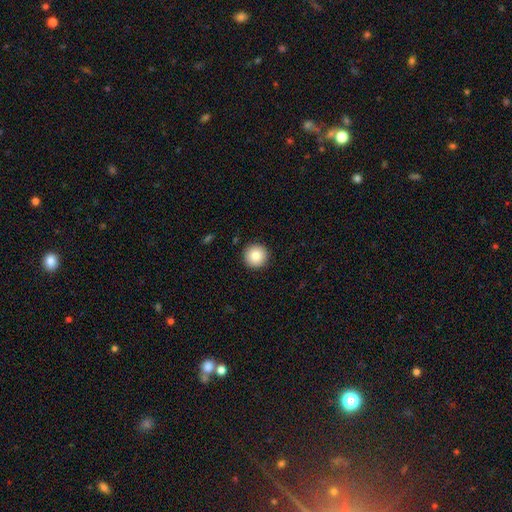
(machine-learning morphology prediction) A smooth galaxy with no disk features (83%) that is round (96%). Merging: none (93%).